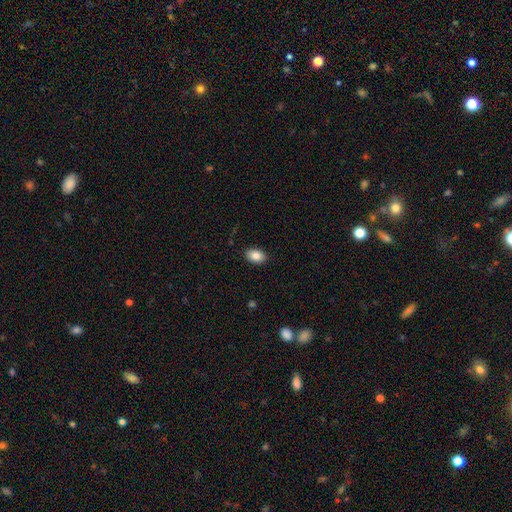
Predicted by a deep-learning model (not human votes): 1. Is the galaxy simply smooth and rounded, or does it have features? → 86% smooth, 7% star or artifact, 7% featured or disk.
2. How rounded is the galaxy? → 89% in between, 10% round, 1% cigar-shaped.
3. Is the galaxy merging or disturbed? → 89% none, 8% minor disturbance, 2% major disturbance, 1% merger.